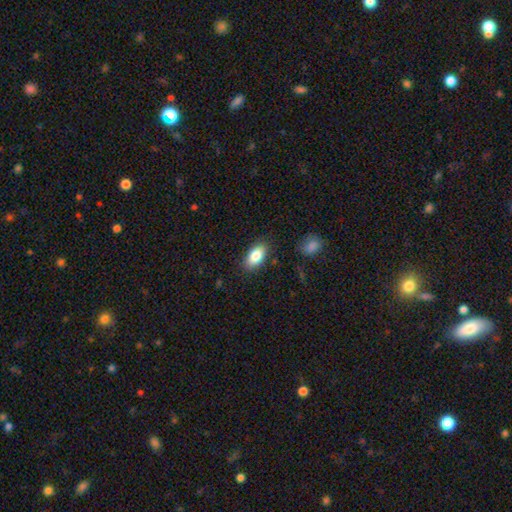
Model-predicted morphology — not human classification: This is clearly a smooth galaxy (84%). How rounded: clearly in between (92%). Merging: clearly none (85%).